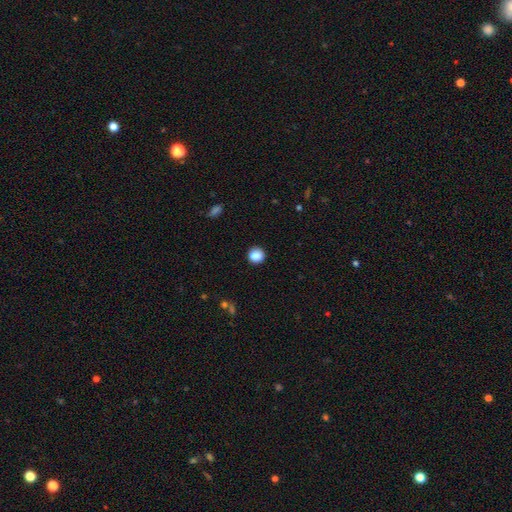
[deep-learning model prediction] Smooth or featured?
  - smooth: 87% *
  - star or artifact: 9%
  - featured or disk: 3%
How rounded?
  - round: 89% *
  - in between: 10%
  - cigar-shaped: 1%
Merging?
  - none: 90% *
  - minor disturbance: 6%
  - major disturbance: 2%
  - merger: 1%